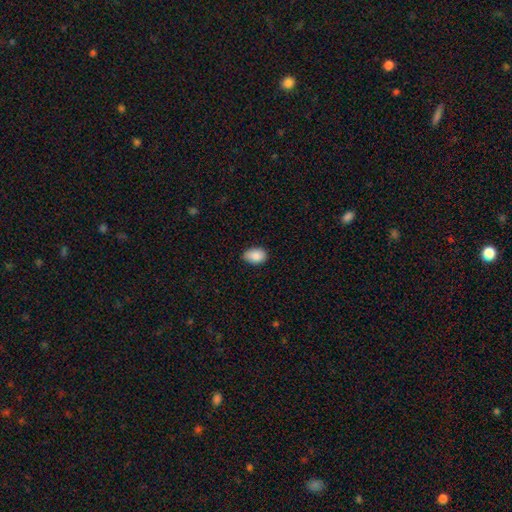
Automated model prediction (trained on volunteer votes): Overall: smooth (88%). How rounded: in between (86%). Merging: none (77%).